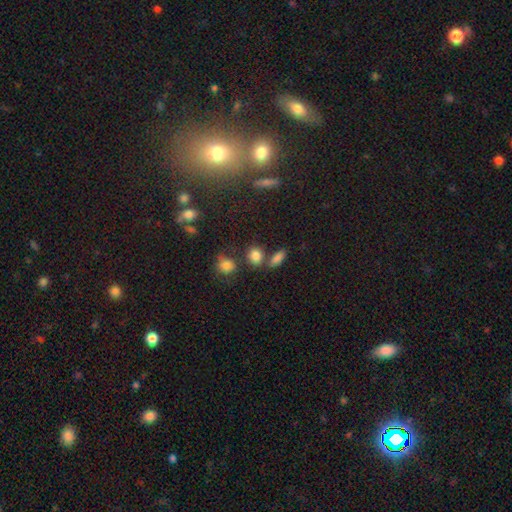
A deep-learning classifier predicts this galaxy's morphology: smooth-or-featured: smooth: 82% | star or artifact: 12% | featured or disk: 6%
  how-rounded: round: 49% | in between: 48% | cigar-shaped: 3%
  merging: none: 64% | merger: 19% | minor disturbance: 12% | major disturbance: 5%